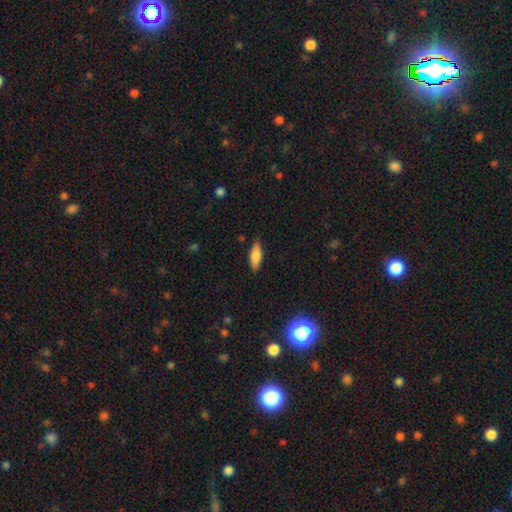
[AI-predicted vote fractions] Smooth or featured? smooth (76%)
How rounded? in between (56%)
Merging? none (83%)